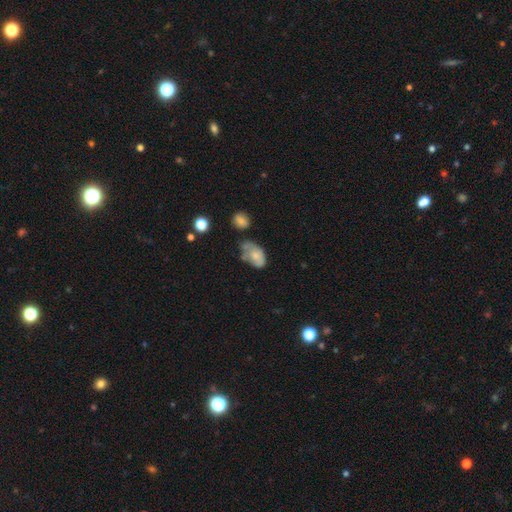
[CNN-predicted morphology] This appears to be a smooth galaxy with no disk features (68%) that is in between round and cigar-shaped (88%). Merging: minor disturbance (35%).